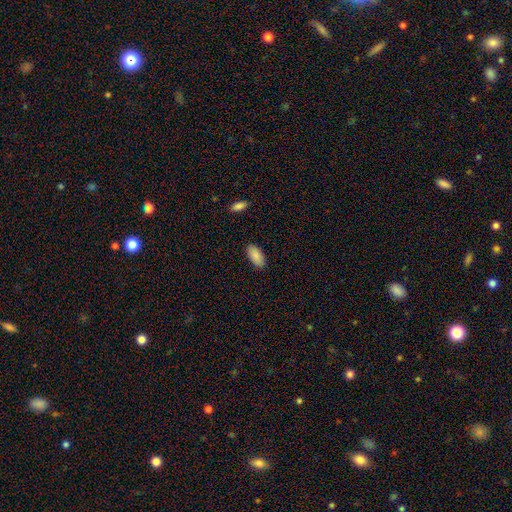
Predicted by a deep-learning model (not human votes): Morphology: type=smooth (89%); roundness=in between (93%); merging=none (87%).